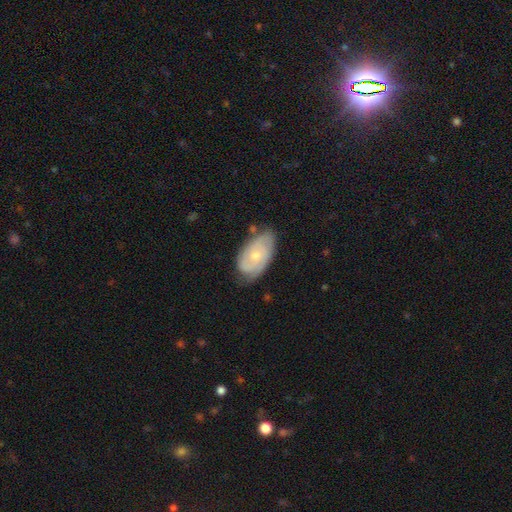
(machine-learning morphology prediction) featured or disk 68%, smooth 26%, star or artifact 6%. Down the decision tree: edge-on disk — no (95%); bar — no (77%); spiral arms — yes (86%); spiral arm count — 2 (42%); spiral winding — tight (61%); bulge size — small (50%); merging — none (66%).